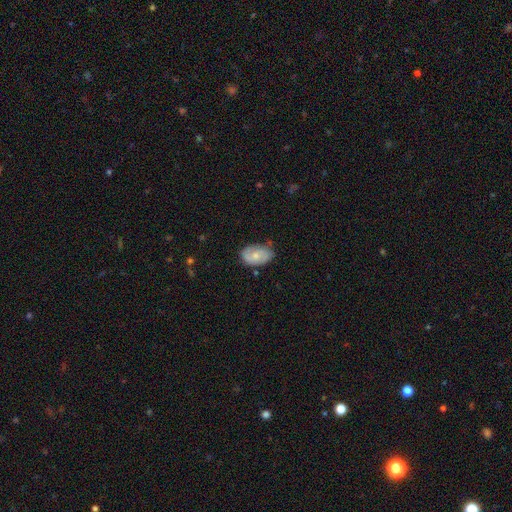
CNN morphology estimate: Smooth or featured? smooth (47%, tied with featured or disk)
Merging? none (68%)